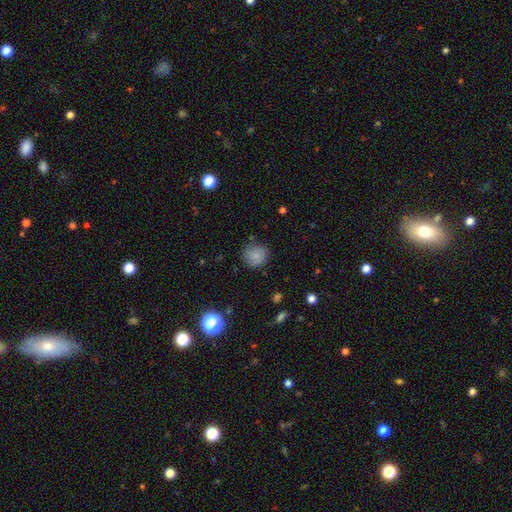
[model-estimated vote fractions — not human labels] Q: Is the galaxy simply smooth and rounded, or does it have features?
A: smooth — 82%.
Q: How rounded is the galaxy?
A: round — 89%.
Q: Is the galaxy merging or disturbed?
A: none — 82%.